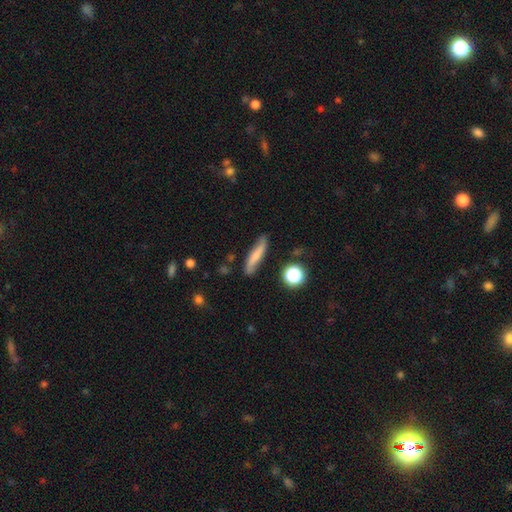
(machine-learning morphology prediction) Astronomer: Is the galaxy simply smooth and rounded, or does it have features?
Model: smooth — 61%.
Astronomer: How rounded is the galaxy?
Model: cigar-shaped — 80%.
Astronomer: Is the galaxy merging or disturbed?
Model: none — 77%.